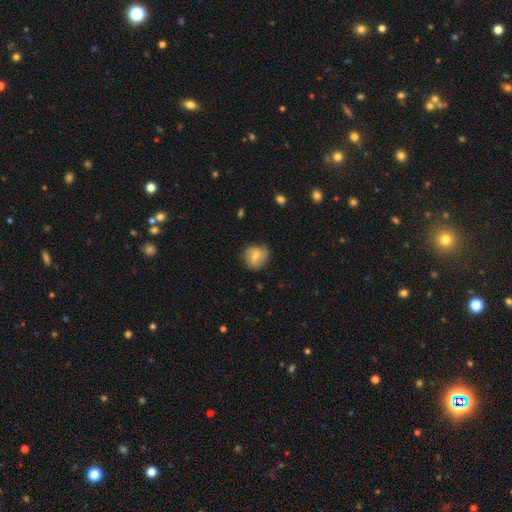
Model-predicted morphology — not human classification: This appears to be a smooth galaxy with no disk features (54%) that is round (80%). Merging: none (73%).